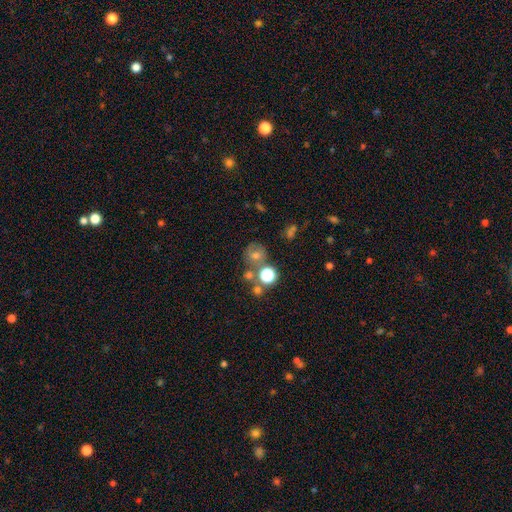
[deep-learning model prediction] This is possibly a smooth galaxy (55%). How rounded: clearly round (81%). Merging: possibly none (60%).